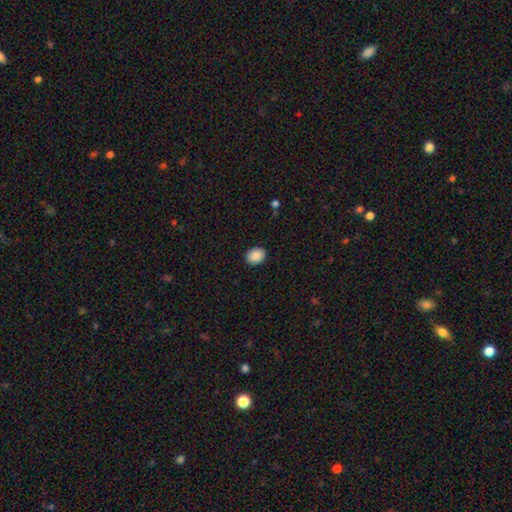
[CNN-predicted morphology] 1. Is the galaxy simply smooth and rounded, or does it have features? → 89% smooth, 8% star or artifact, 3% featured or disk.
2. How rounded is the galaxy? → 57% in between, 42% round, 1% cigar-shaped.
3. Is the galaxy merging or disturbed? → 89% none, 8% minor disturbance, 2% major disturbance, 1% merger.